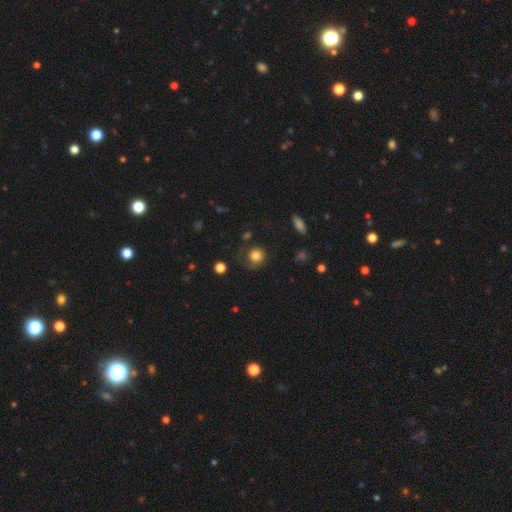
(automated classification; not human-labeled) The model was most divided on "merging": none: 58%, minor disturbance: 21%, major disturbance: 19%, merger: 3%. More confident: how rounded — round (85%); smooth or featured — smooth (79%).